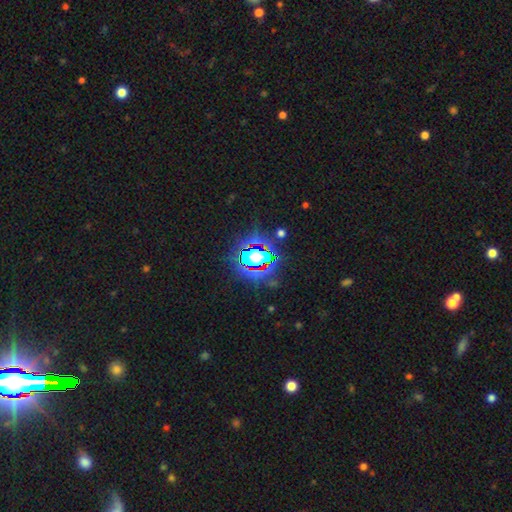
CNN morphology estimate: star or artifact 72%, smooth 17%, featured or disk 11%.